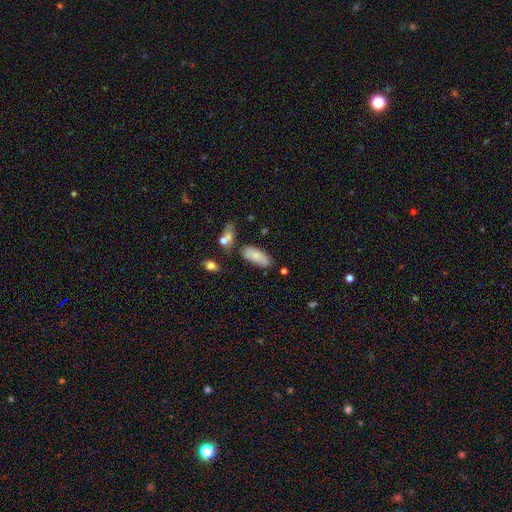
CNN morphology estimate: This is likely a smooth galaxy (79%). How rounded: clearly in between (83%). Merging: likely none (67%).